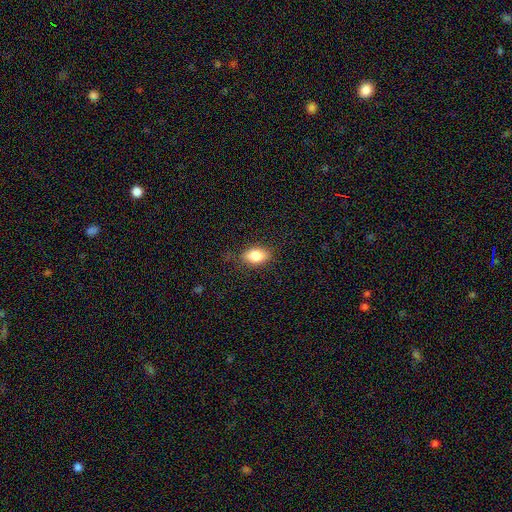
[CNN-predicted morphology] smooth 80%, featured or disk 12%, star or artifact 8%. Down the decision tree: how rounded — in between (86%); merging — none (82%).